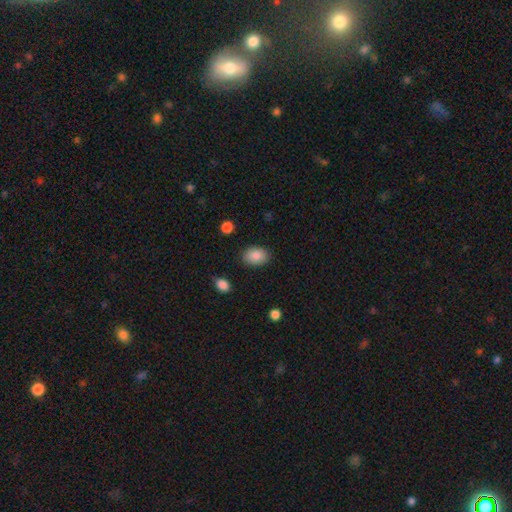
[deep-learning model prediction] This is clearly a smooth galaxy (88%). How rounded: clearly in between (81%). Merging: clearly none (85%).